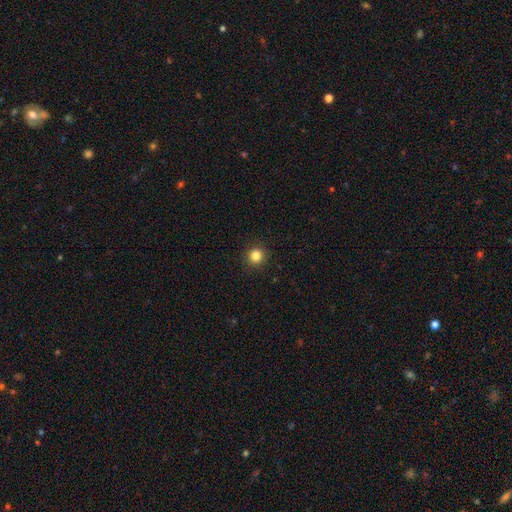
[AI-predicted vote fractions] Smooth or featured?
  - smooth: 84% *
  - star or artifact: 12%
  - featured or disk: 4%
How rounded?
  - round: 94% *
  - in between: 5%
  - cigar-shaped: 1%
Merging?
  - none: 92% *
  - minor disturbance: 5%
  - major disturbance: 2%
  - merger: 1%